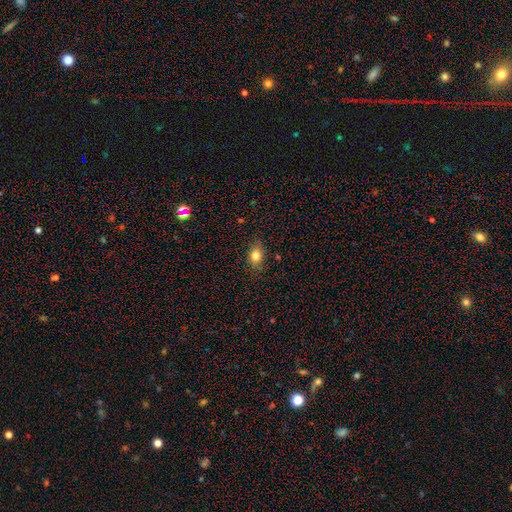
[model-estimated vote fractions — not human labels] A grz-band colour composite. It shows a smooth galaxy with no disk features (81%) that is in between round and cigar-shaped (72%). Merging: none (82%).